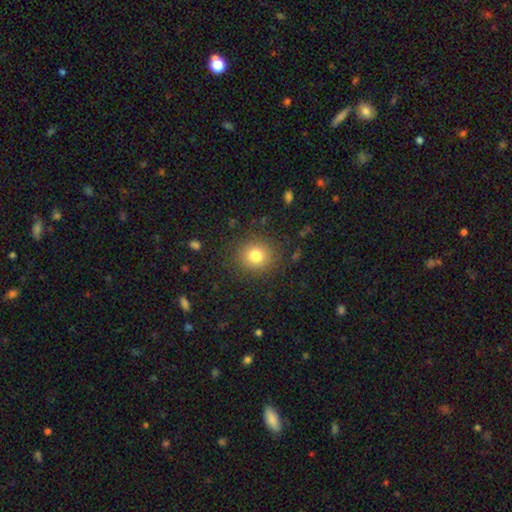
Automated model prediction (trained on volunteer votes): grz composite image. It shows a smooth galaxy with no disk features (80%) that is round (86%). Merging: none (87%).